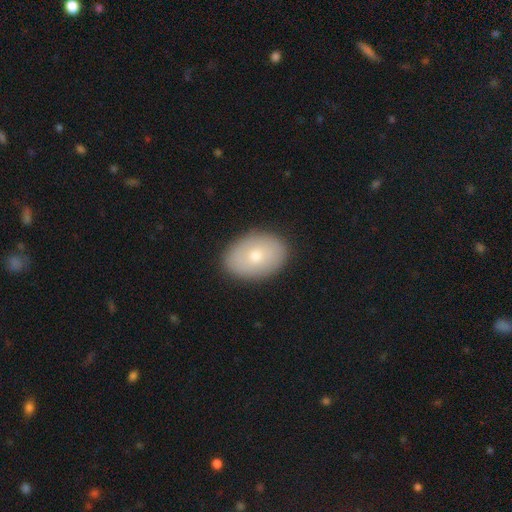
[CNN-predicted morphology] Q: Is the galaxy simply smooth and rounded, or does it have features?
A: smooth — 70%.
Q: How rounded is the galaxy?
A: in between — 81%.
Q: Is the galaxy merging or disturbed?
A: none — 88%.